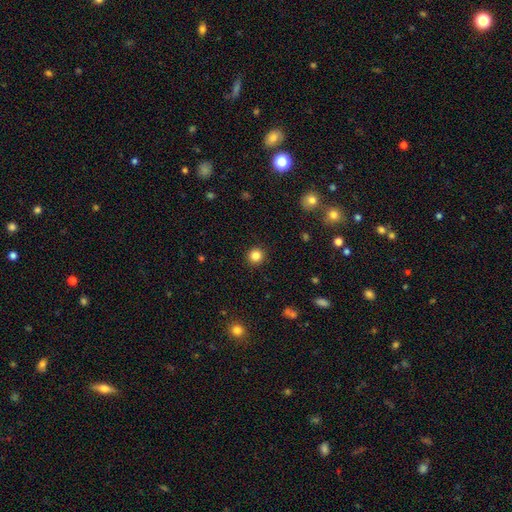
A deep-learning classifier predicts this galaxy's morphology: smooth_or_featured: smooth (p=0.84) [alt: star or artifact p=0.12]
how_rounded: round (p=0.94) [alt: in between p=0.05]
merging: none (p=0.92) [alt: minor disturbance p=0.05]